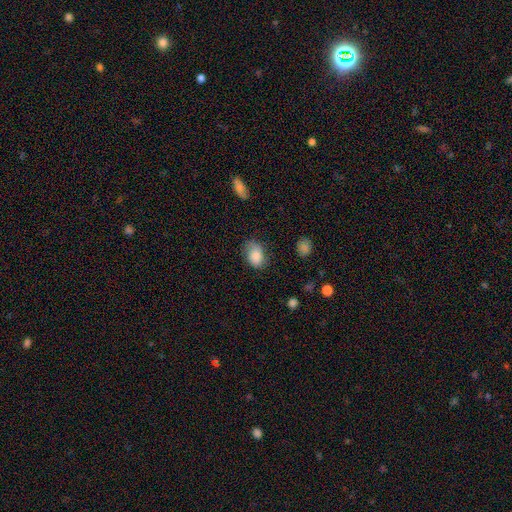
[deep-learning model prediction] Q: Smooth or featured?
A: smooth (83%); runner-up: featured or disk (9%)
Q: How rounded?
A: in between (83%); runner-up: round (16%)
Q: Merging?
A: none (62%); runner-up: minor disturbance (28%)